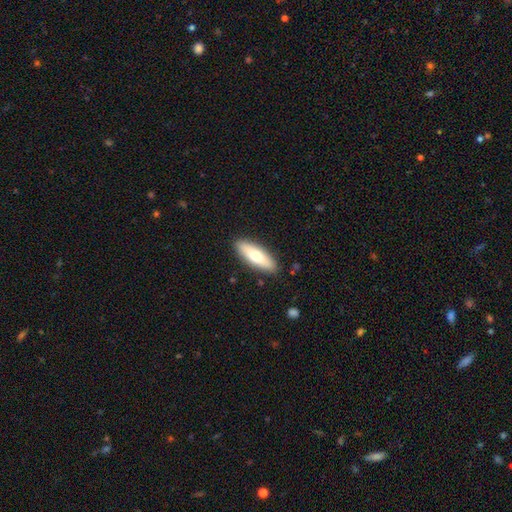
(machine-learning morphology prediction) Smooth or featured? smooth (67%)
How rounded? in between (58%)
Merging? none (88%)